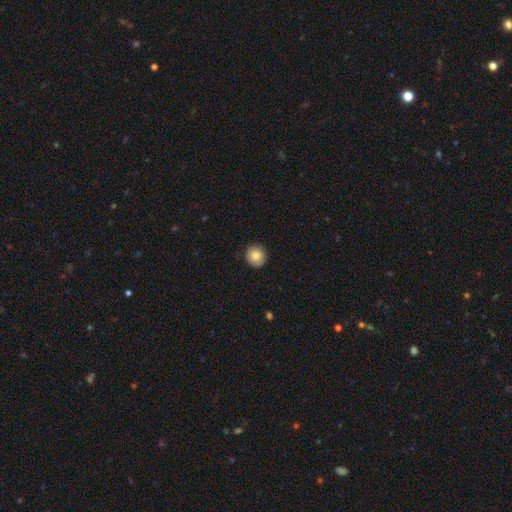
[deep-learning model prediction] Smooth or featured? smooth (81%)
How rounded? round (94%)
Merging? none (88%)